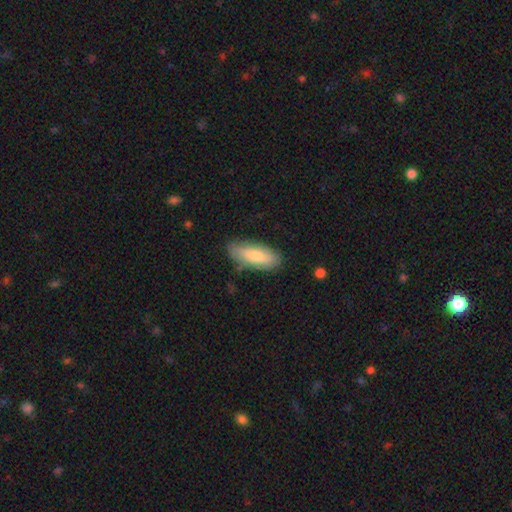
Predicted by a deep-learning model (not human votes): smooth_or_featured: smooth (p=0.74) [alt: featured or disk p=0.20]
how_rounded: in between (p=0.70) [alt: cigar-shaped p=0.28]
merging: none (p=0.78) [alt: minor disturbance p=0.17]